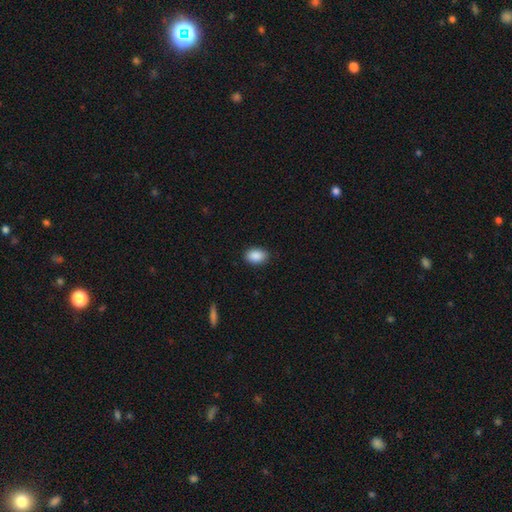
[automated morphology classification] This appears to be a smooth galaxy with no disk features (89%) that is in between round and cigar-shaped (84%). Merging: none (89%).